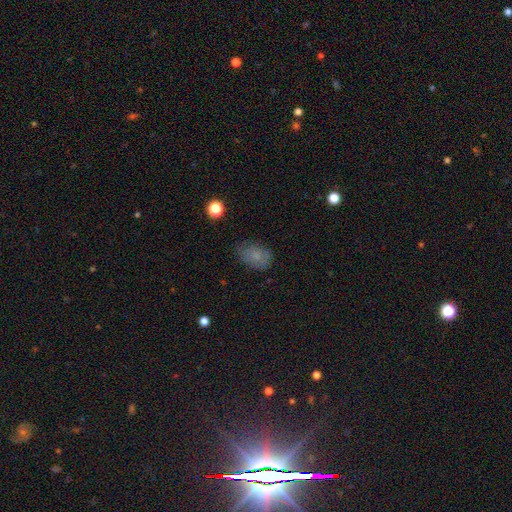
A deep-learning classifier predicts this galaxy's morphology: This is likely a smooth galaxy (74%). How rounded: clearly in between (83%). Merging: likely none (71%).